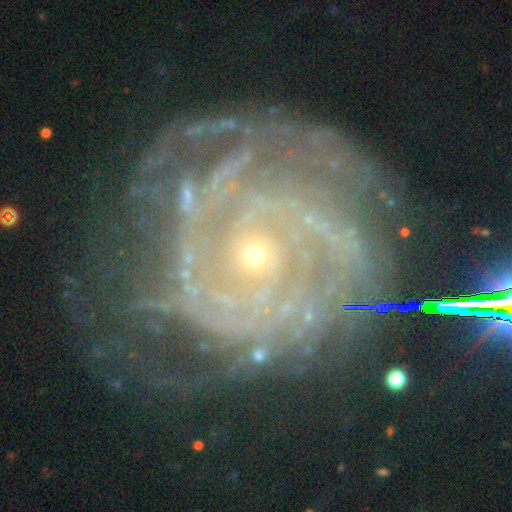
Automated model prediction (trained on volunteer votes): smooth_or_featured: featured or disk (p=0.88) [alt: star or artifact p=0.07]
disk_edge_on: no (p=0.98) [alt: yes p=0.02]
bar: no (p=0.76) [alt: weak p=0.16]
has_spiral_arms: yes (p=0.96) [alt: no p=0.04]
spiral_winding: tight (p=0.72) [alt: medium p=0.22]
spiral_arm_count: can't tell (p=0.23) [alt: 2 p=0.20]
bulge_size: small (p=0.80) [alt: moderate p=0.16]
merging: none (p=0.64) [alt: minor disturbance p=0.17]